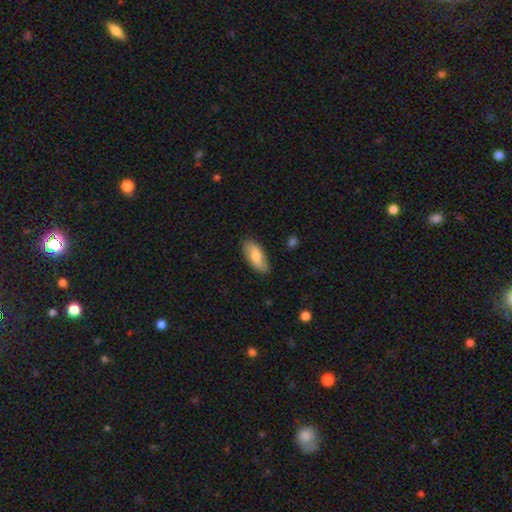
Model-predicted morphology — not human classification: Q: Smooth or featured?
A: smooth (71%); runner-up: featured or disk (23%)
Q: How rounded?
A: in between (85%); runner-up: cigar-shaped (13%)
Q: Merging?
A: none (82%); runner-up: minor disturbance (14%)